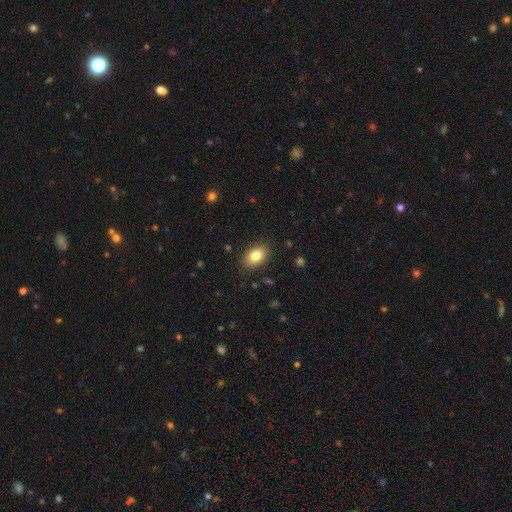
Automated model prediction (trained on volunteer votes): This is clearly a smooth galaxy (83%). How rounded: clearly in between (83%). Merging: clearly none (87%).